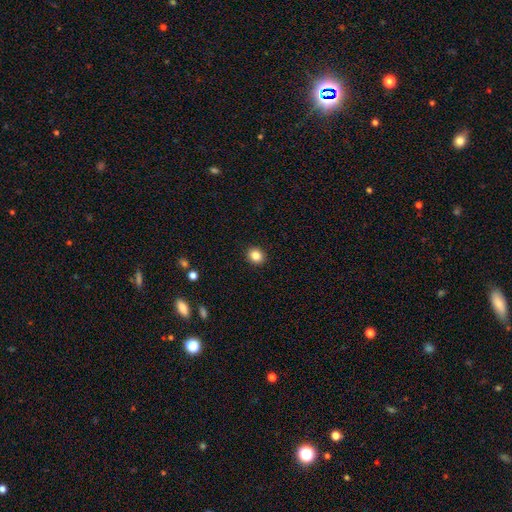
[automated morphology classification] Q: Smooth or featured?
A: smooth (85%); runner-up: star or artifact (10%)
Q: How rounded?
A: round (72%); runner-up: in between (27%)
Q: Merging?
A: none (92%); runner-up: minor disturbance (5%)